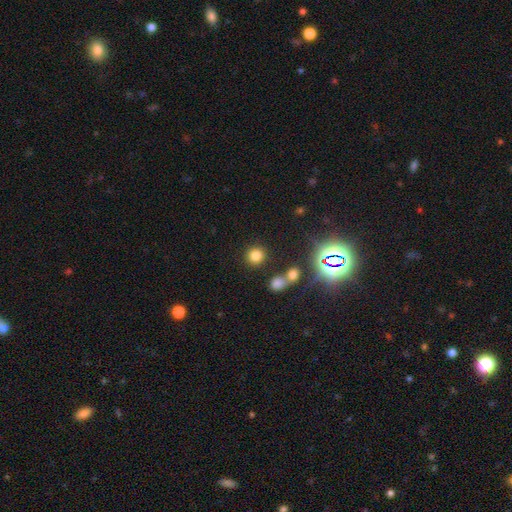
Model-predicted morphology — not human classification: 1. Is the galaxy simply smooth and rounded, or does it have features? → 76% smooth, 17% star or artifact, 7% featured or disk.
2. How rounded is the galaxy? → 90% round, 9% in between, 1% cigar-shaped.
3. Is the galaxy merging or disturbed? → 84% none, 7% minor disturbance, 6% merger, 3% major disturbance.